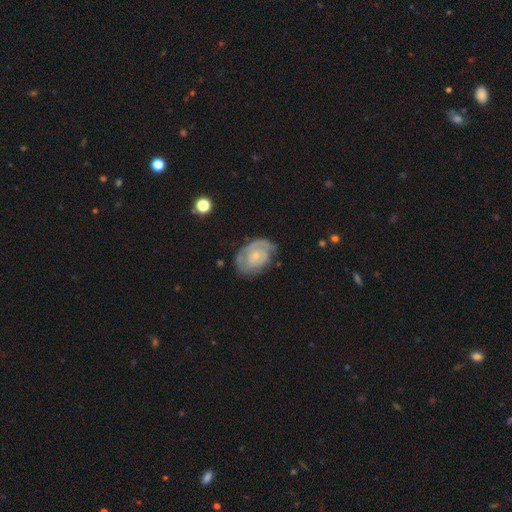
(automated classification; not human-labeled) This is likely a featured or disk galaxy (71%). It is clearly not viewed edge-on (97%). Bar: likely no (78%). Spiral arm pattern: likely yes (79%). Spiral arm count: marginally can't tell (38%). Spiral winding: likely tight (64%). Central bulge: likely small (68%). Merging: likely none (61%).